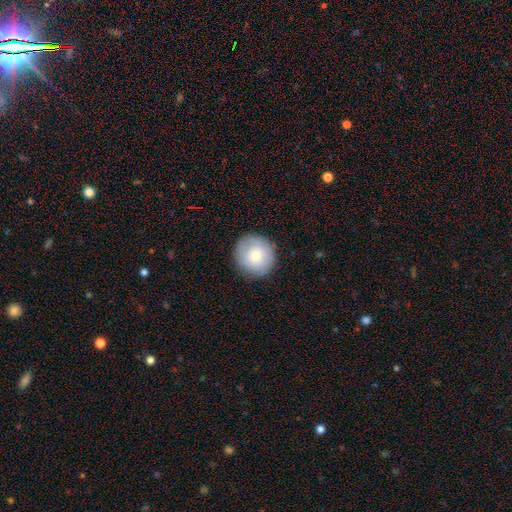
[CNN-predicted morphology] smooth_or_featured: smooth (p=0.69) [alt: featured or disk p=0.23]
how_rounded: round (p=0.93) [alt: in between p=0.06]
merging: none (p=0.87) [alt: minor disturbance p=0.09]